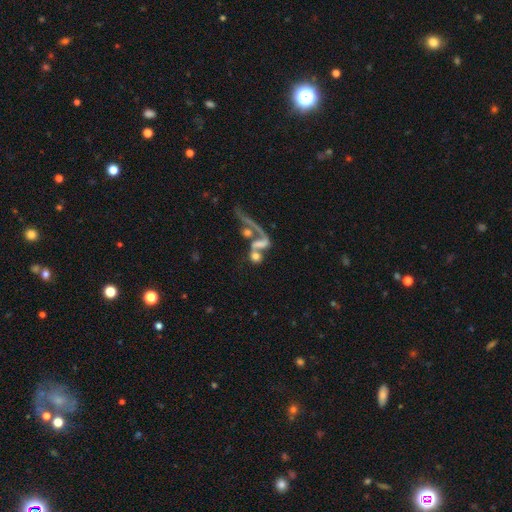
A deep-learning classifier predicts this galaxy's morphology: The model was most divided on "smooth or featured": featured or disk: 45%, smooth: 42%, star or artifact: 13%. More confident: merging — merger (59%).